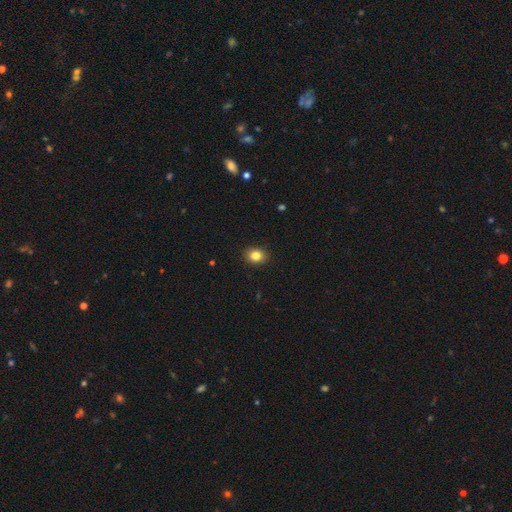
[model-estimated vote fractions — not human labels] Smooth or featured: smooth — 84% (star or artifact — 10%)
How rounded: round — 54% (in between — 45%)
Merging: none — 90% (minor disturbance — 7%)